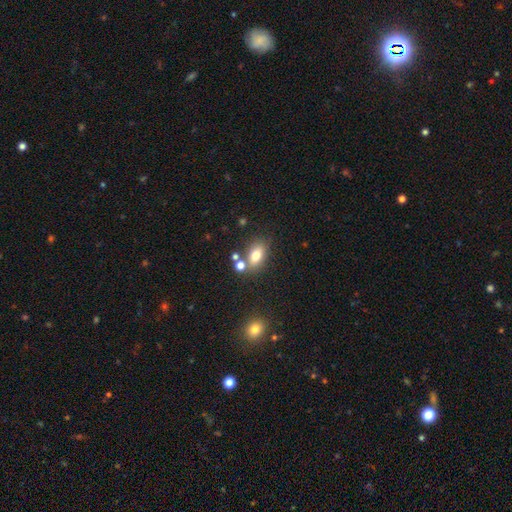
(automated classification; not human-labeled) Q: Smooth or featured?
A: smooth (76%); runner-up: featured or disk (13%)
Q: How rounded?
A: in between (81%); runner-up: round (16%)
Q: Merging?
A: none (65%); runner-up: merger (18%)